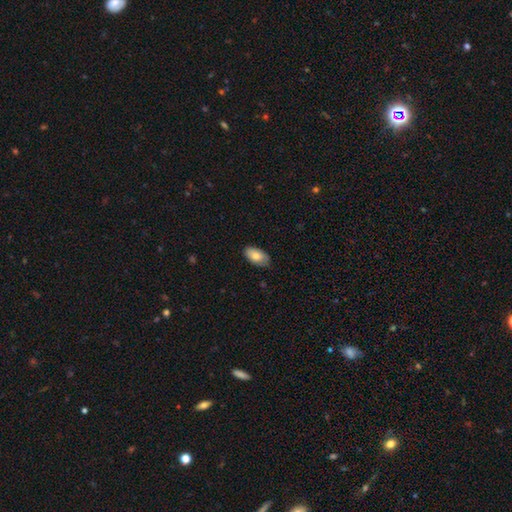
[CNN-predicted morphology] Smooth or featured? Predicted: smooth (p=0.79). How rounded? Predicted: in between (p=0.94). Merging? Predicted: none (p=0.77).